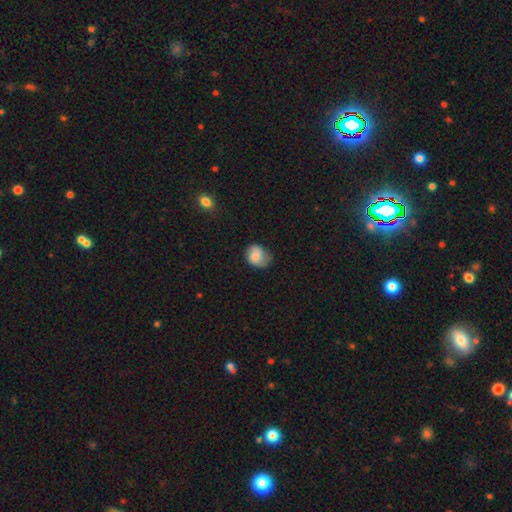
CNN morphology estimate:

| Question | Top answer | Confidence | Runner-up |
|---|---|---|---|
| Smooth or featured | smooth | 69% | featured or disk (23%) |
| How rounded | round | 57% | in between (42%) |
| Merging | none | 54% | minor disturbance (33%) |